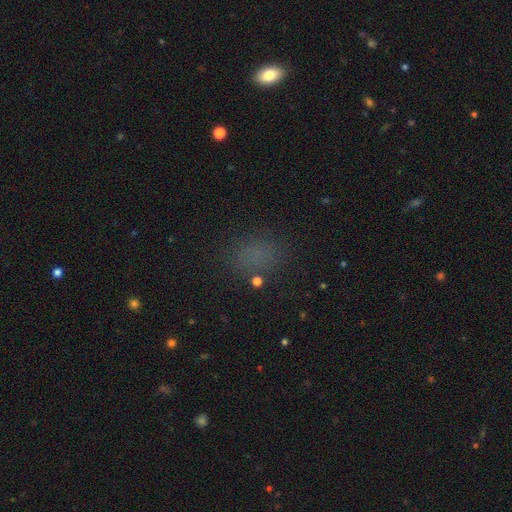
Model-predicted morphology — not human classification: The model was most divided on "how rounded": in between: 59%, round: 38%, cigar-shaped: 2%. More confident: merging — none (80%); smooth or featured — smooth (68%).